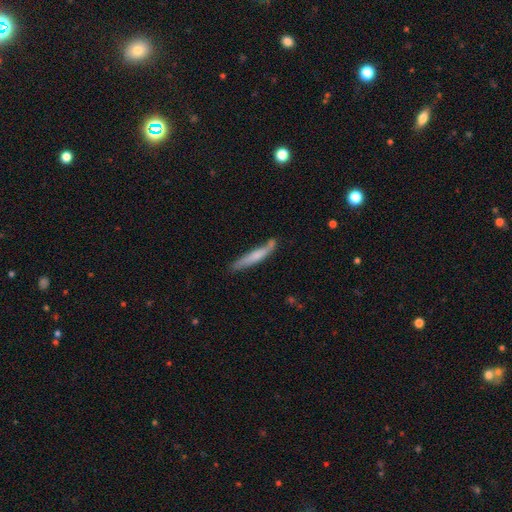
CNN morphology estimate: smooth-or-featured: smooth: 62% | featured or disk: 33% | star or artifact: 5%
  how-rounded: cigar-shaped: 93% | in between: 6% | round: 1%
  merging: none: 65% | minor disturbance: 22% | merger: 7% | major disturbance: 5%